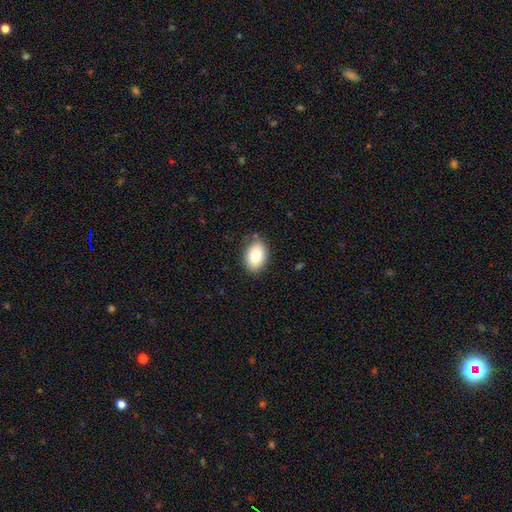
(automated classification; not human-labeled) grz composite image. It shows a smooth galaxy with no disk features (81%) that is in between round and cigar-shaped (84%). Merging: none (82%).